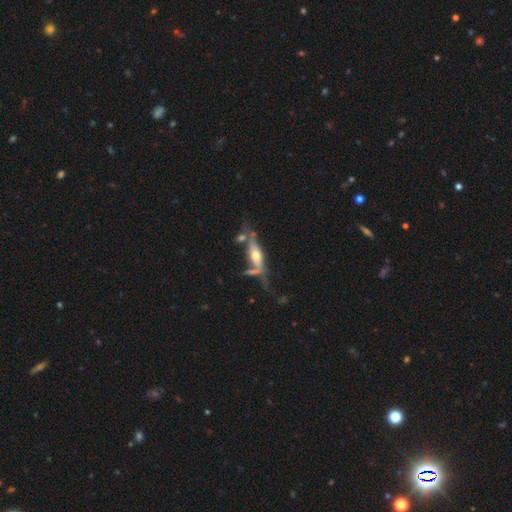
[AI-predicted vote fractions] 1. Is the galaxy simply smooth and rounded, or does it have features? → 63% featured or disk, 31% smooth, 6% star or artifact.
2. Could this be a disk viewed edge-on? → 69% yes, 31% no.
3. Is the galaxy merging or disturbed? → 41% none, 21% merger, 21% minor disturbance, 16% major disturbance.